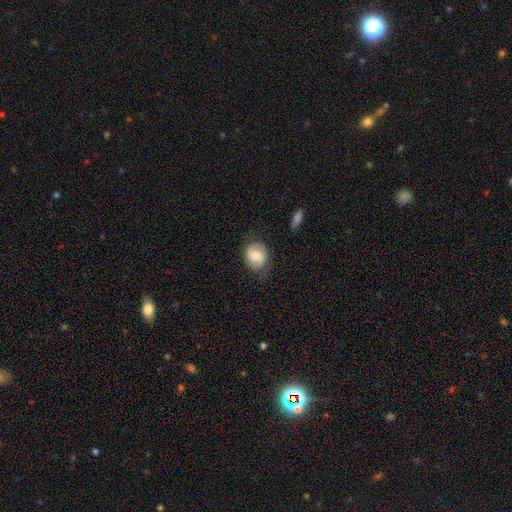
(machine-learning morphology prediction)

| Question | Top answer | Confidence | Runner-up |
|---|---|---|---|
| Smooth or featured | smooth | 67% | featured or disk (26%) |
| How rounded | round | 62% | in between (37%) |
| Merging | none | 66% | minor disturbance (25%) |